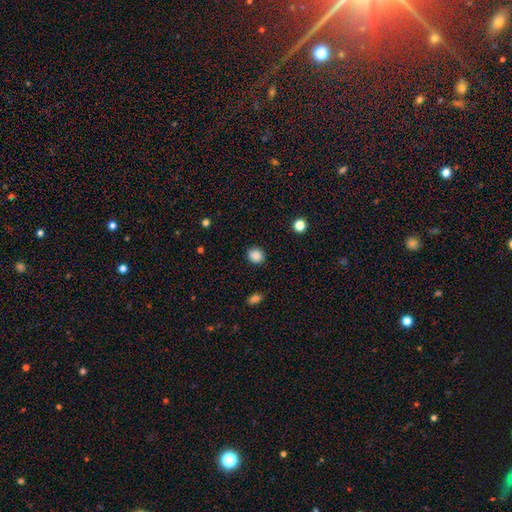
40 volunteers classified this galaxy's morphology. Smooth or featured? smooth (90%)
How rounded? round (94%)
Merging? none (89%)